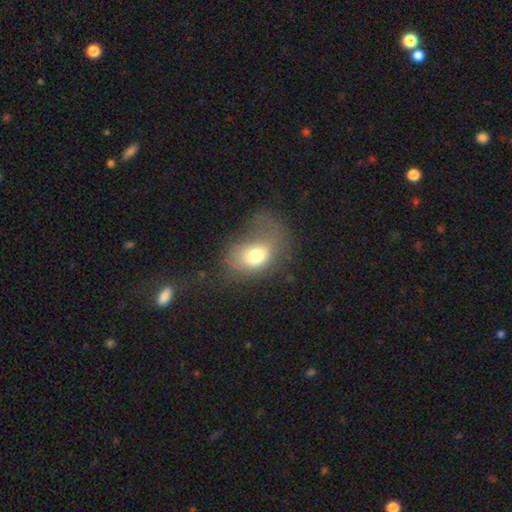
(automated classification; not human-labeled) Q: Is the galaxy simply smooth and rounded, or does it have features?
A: smooth — 67%.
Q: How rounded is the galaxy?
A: in between — 70%.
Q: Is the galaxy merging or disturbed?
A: major disturbance — 41%.